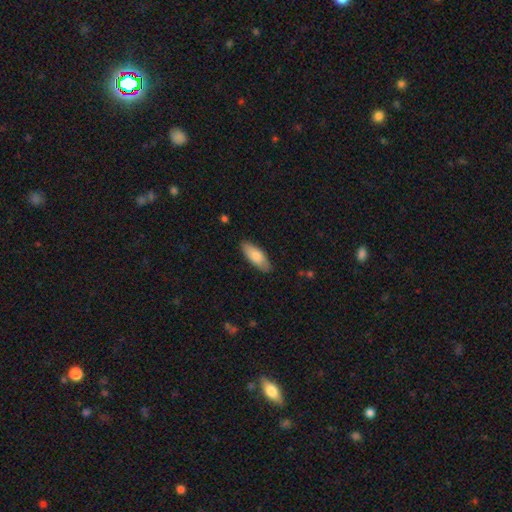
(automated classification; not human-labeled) The model was most divided on "how rounded": in between: 75%, cigar-shaped: 23%, round: 2%. More confident: merging — none (86%); smooth or featured — smooth (80%).